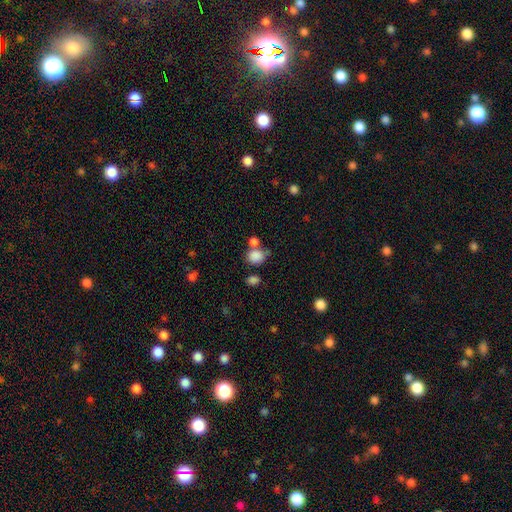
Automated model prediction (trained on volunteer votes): This appears to be a smooth galaxy with no disk features (84%) that is round (58%). Merging: none (54%).